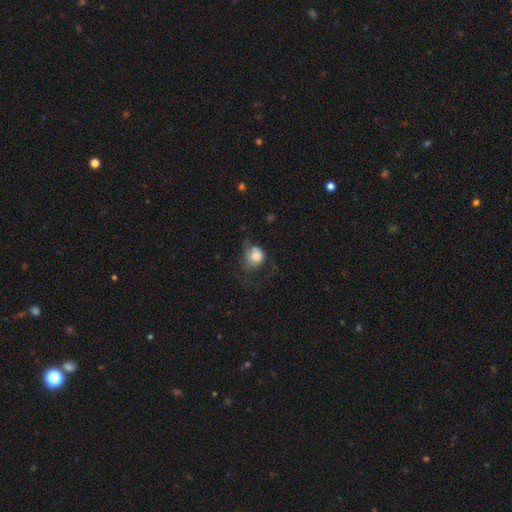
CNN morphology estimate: The model was most divided on "merging": major disturbance: 37%, minor disturbance: 29%, none: 29%, merger: 5%. More confident: smooth or featured — smooth (74%); how rounded — round (60%).